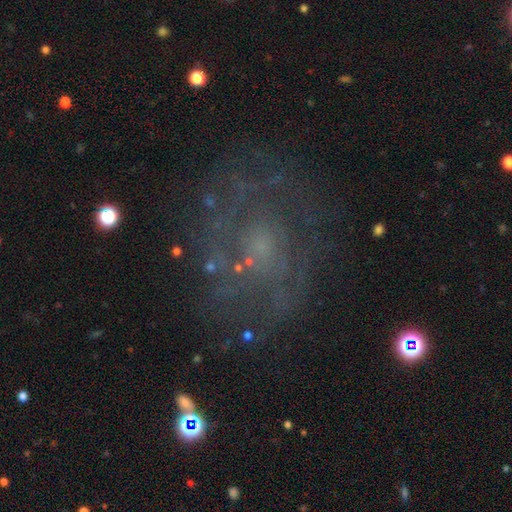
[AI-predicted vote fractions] Smooth or featured: featured or disk — 63% (star or artifact — 19%)
Edge-on disk: no — 97% (yes — 3%)
Bar: no — 78% (weak — 18%)
Spiral arms: yes — 59% (no — 41%)
Bulge size: small — 42% (none — 35%)
Merging: none — 68% (minor disturbance — 15%)